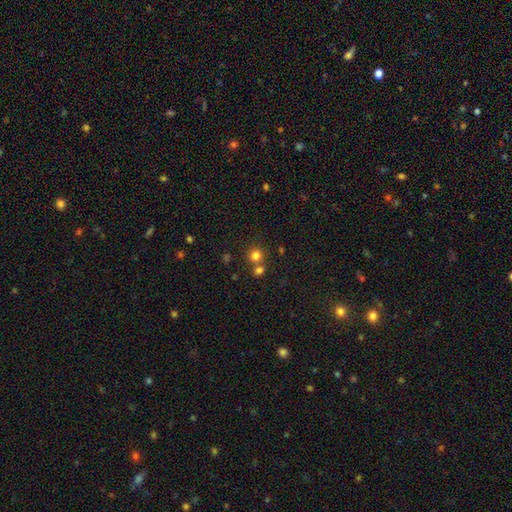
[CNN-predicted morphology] Smooth or featured? Predicted: smooth (p=0.78). How rounded? Predicted: round (p=0.90). Merging? Predicted: none (p=0.62).